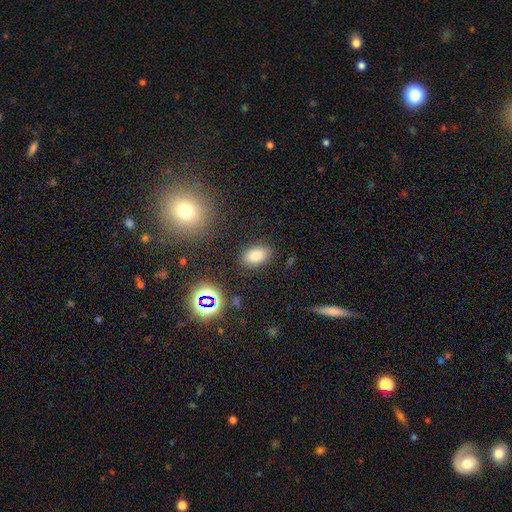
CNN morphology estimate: smooth 79%, star or artifact 14%, featured or disk 7%. Down the decision tree: how rounded — in between (88%); merging — none (83%).